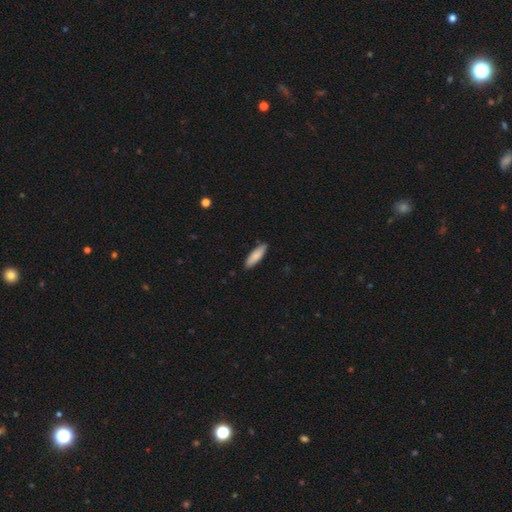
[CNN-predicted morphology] The model was most divided on "how rounded": cigar-shaped: 58%, in between: 41%, round: 1%. More confident: merging — none (87%); smooth or featured — smooth (85%).